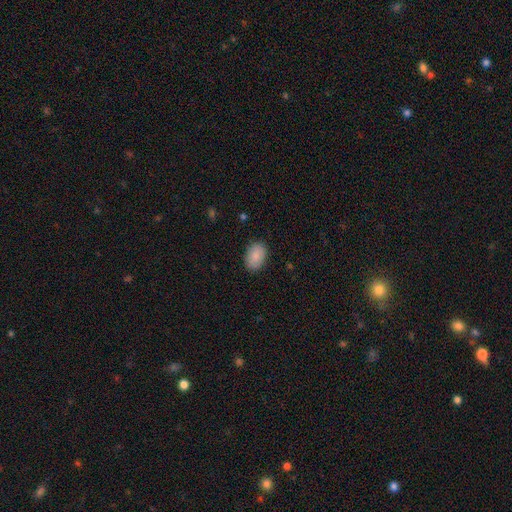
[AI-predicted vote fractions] This is clearly a smooth galaxy (87%). How rounded: clearly in between (84%). Merging: clearly none (88%).